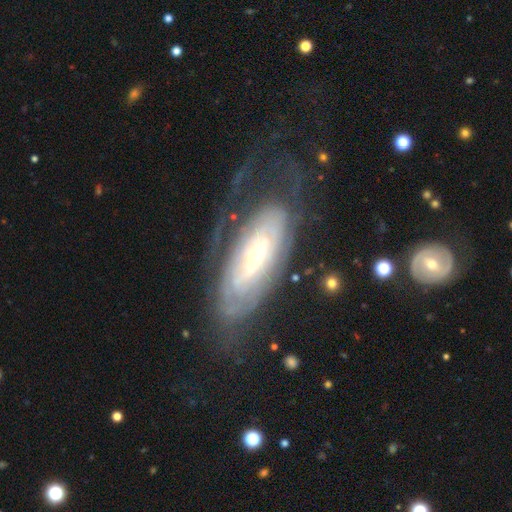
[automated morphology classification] The model was most divided on "bulge size": moderate: 51%, small: 40%, large: 7%, dominant: 1%, none: 1%. Remaining: edge-on disk — no (87%); spiral arms — yes (82%); smooth or featured — featured or disk (81%); spiral winding — tight (66%); spiral arm count — can't tell (58%); merging — none (52%); bar — no (48%).